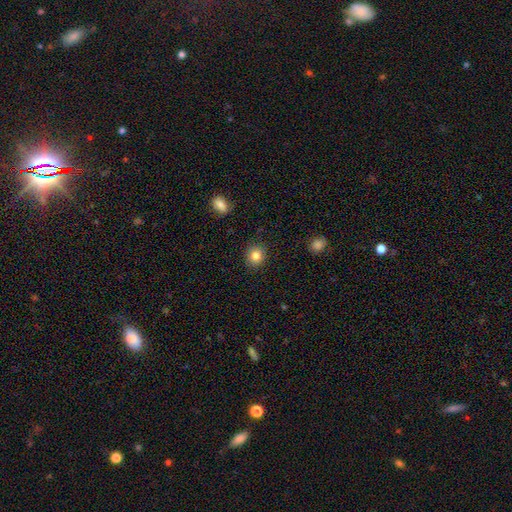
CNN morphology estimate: Overall: smooth (83%). How rounded: round (79%). Merging: none (89%).